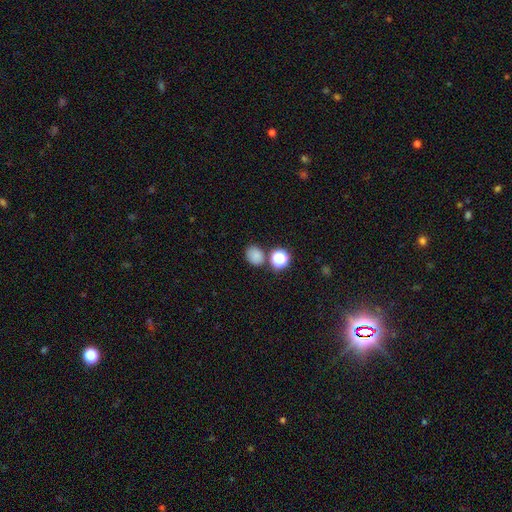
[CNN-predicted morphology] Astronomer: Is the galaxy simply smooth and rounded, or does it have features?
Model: smooth — 78%.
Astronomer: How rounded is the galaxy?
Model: round — 50% (runner-up: in between, 49%).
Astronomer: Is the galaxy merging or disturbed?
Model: none — 73%.